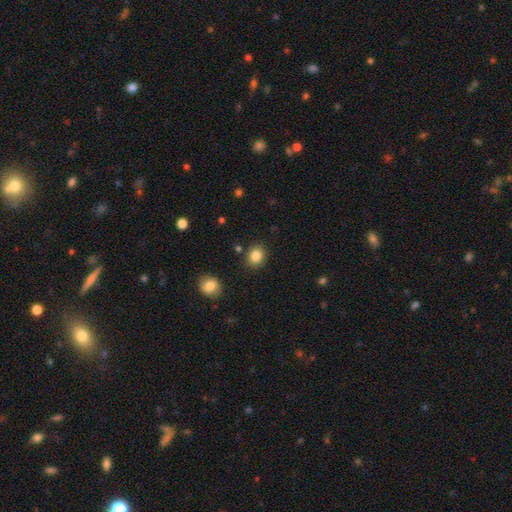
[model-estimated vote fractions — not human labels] The model was most divided on "how rounded": round: 66%, in between: 33%, cigar-shaped: 1%. More confident: smooth or featured — smooth (85%); merging — none (84%).